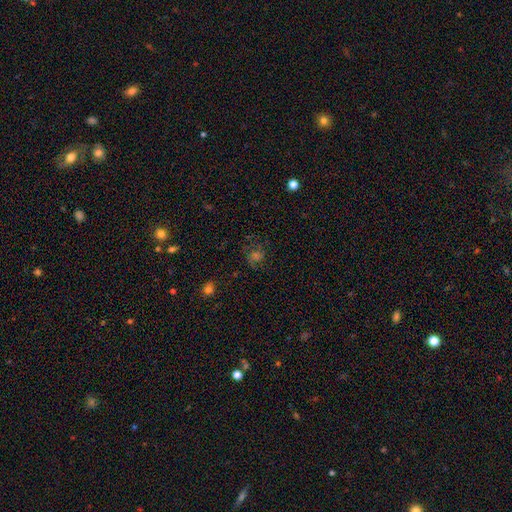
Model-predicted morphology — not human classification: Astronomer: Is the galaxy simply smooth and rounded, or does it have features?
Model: smooth — 37% (runner-up: star or artifact, 34%).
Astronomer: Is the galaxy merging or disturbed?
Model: none — 71%.